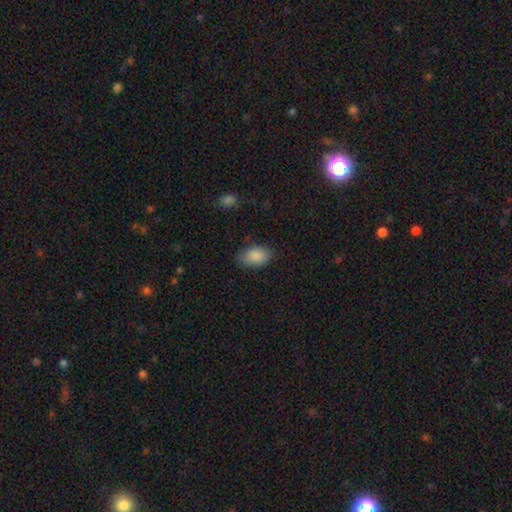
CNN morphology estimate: Overall: smooth (88%). How rounded: in between (91%). Merging: none (79%).